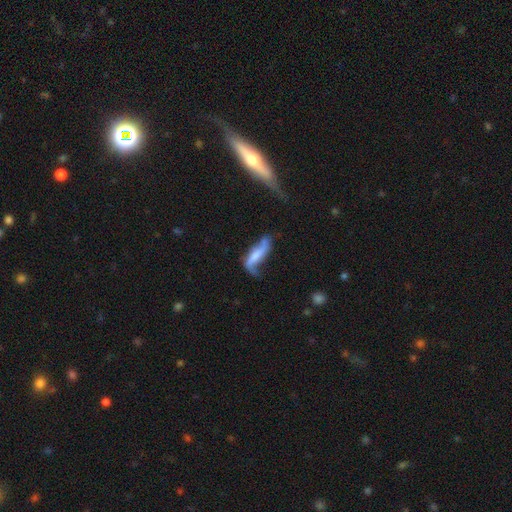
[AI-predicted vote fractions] smooth_or_featured: featured or disk (p=0.54) [alt: smooth p=0.38]
disk_edge_on: no (p=0.73) [alt: yes p=0.27]
merging: none (p=0.36) [alt: minor disturbance p=0.30]